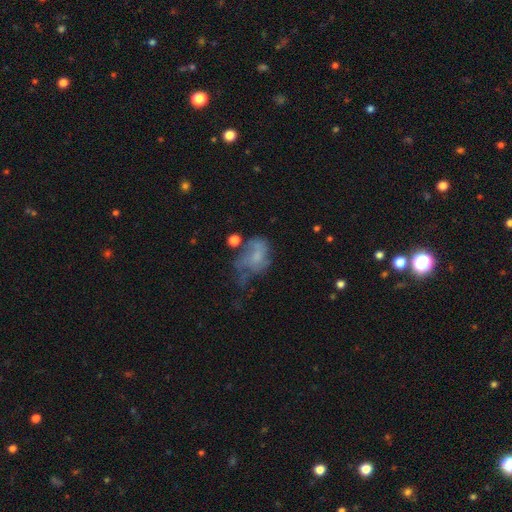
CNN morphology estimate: A smooth galaxy with no disk features (45%). Merging: major disturbance (43%).